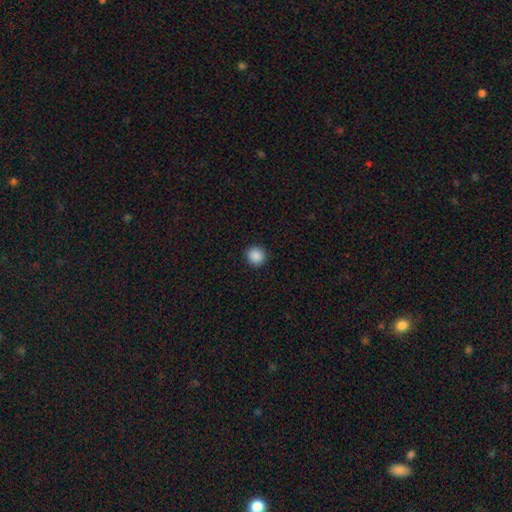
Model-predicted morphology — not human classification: type=smooth (88%); roundness=round (94%); merging=none (93%).